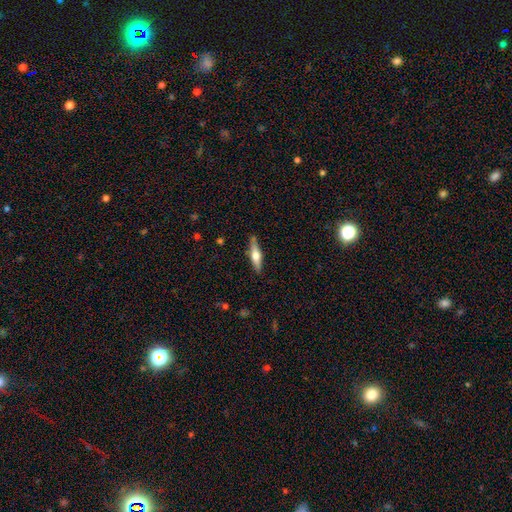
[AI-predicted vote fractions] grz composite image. It shows a featured or disk galaxy (55%) viewed edge-on (94%) with a rounded central bulge (93%). Merging: none (85%).